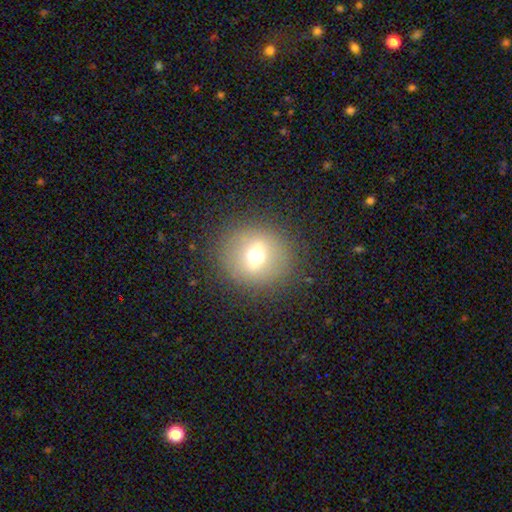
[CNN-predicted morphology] Q: Smooth or featured?
A: smooth (55%); runner-up: featured or disk (29%)
Q: How rounded?
A: round (88%); runner-up: in between (11%)
Q: Merging?
A: none (86%); runner-up: minor disturbance (8%)